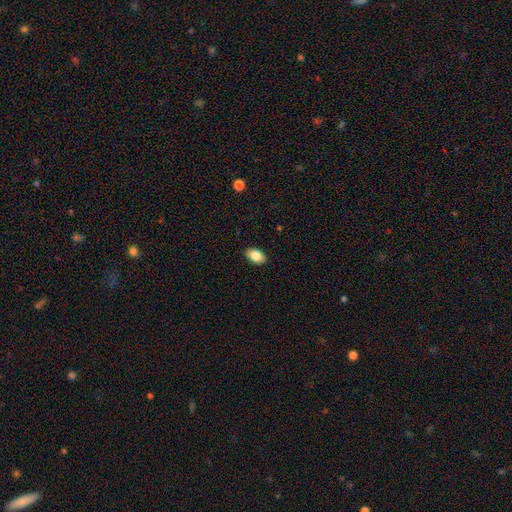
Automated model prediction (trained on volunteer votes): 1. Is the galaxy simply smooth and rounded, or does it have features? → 86% smooth, 7% star or artifact, 6% featured or disk.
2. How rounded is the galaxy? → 91% in between, 8% round, 1% cigar-shaped.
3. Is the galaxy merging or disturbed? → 89% none, 8% minor disturbance, 2% major disturbance, 1% merger.